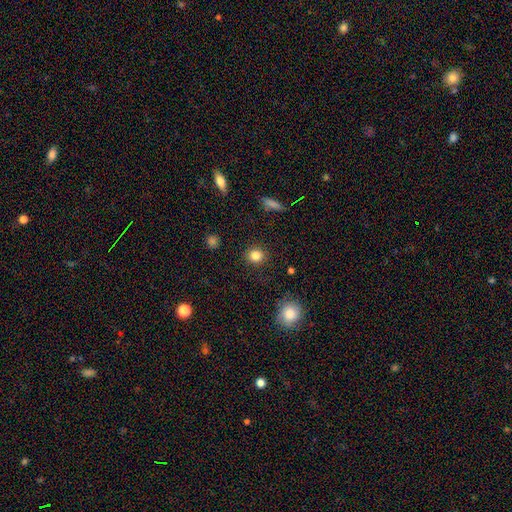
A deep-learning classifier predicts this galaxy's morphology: smooth 83%, star or artifact 11%, featured or disk 6%. Down the decision tree: how rounded — round (84%); merging — none (90%).